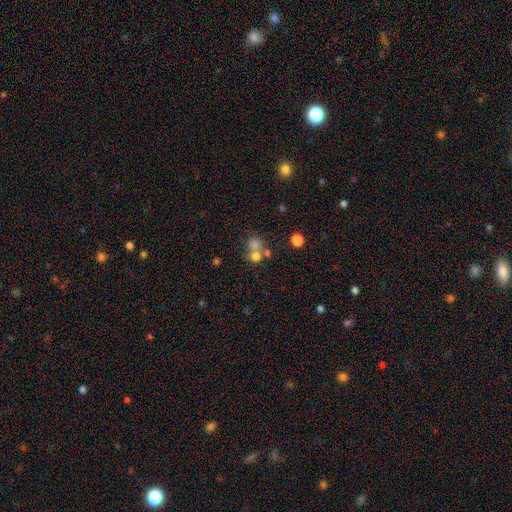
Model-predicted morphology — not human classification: Smooth or featured? smooth (71%)
How rounded? round (81%)
Merging? merger (48%)